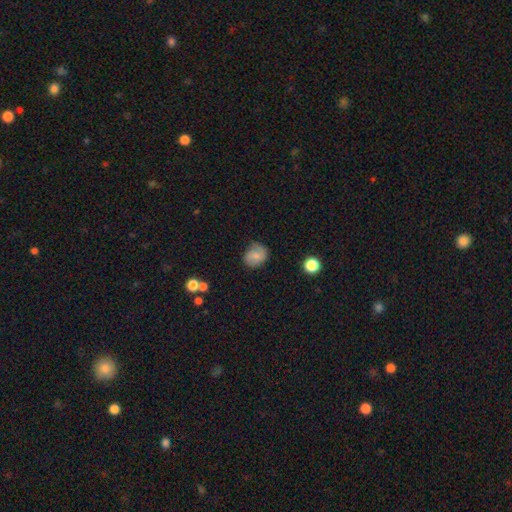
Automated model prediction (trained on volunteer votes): smooth-or-featured: smooth: 63% | featured or disk: 28% | star or artifact: 9%
  how-rounded: round: 68% | in between: 31% | cigar-shaped: 1%
  merging: none: 62% | minor disturbance: 27% | major disturbance: 9% | merger: 2%